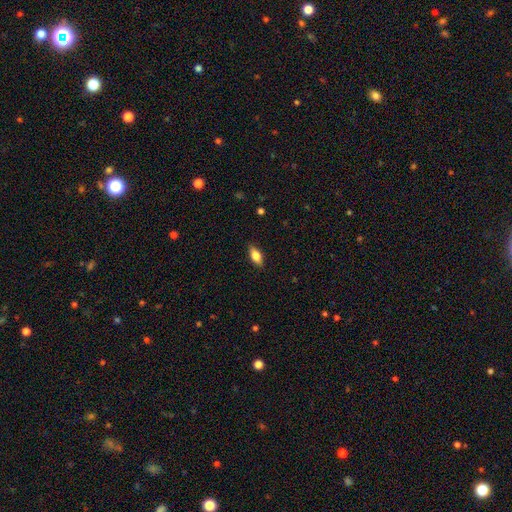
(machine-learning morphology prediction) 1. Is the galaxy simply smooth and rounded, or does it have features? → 77% smooth, 16% featured or disk, 7% star or artifact.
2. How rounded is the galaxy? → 85% in between, 11% cigar-shaped, 4% round.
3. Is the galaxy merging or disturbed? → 86% none, 11% minor disturbance, 2% major disturbance, 1% merger.